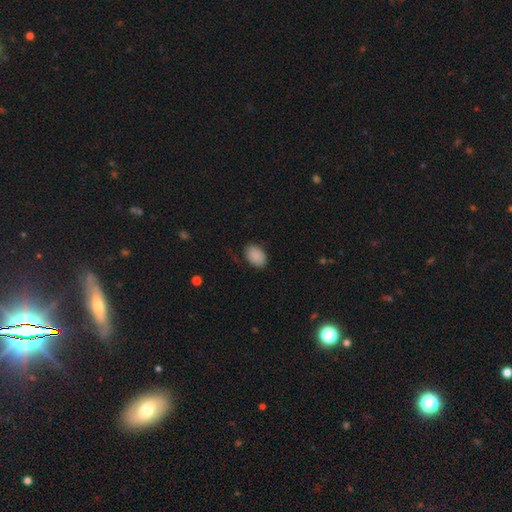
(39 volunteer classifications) smooth 95%, featured or disk 3%, star or artifact 3%. Down the decision tree: how rounded — in between (89%); merging — none (89%).